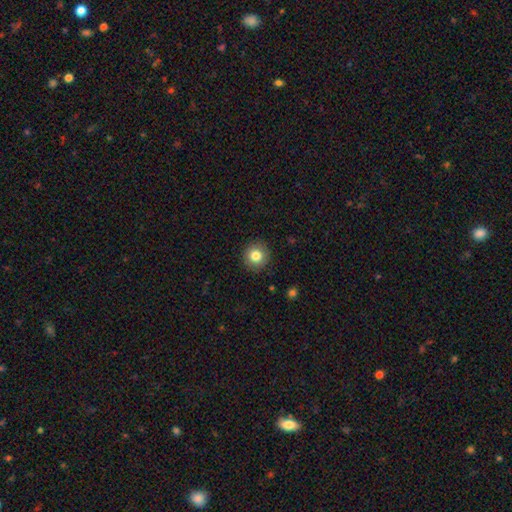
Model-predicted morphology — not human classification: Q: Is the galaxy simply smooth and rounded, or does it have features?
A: smooth — 82%.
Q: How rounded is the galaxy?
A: round — 93%.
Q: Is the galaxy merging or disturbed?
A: none — 91%.